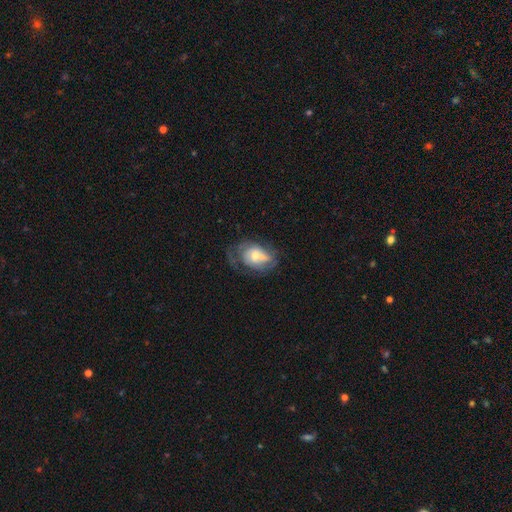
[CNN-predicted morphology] The model was most divided on "bulge size": moderate: 50%, small: 37%, large: 8%, none: 3%, dominant: 2%. Remaining: edge-on disk — no (96%); spiral arms — yes (68%); bar — no (67%); smooth or featured — featured or disk (62%); merging — none (41%).